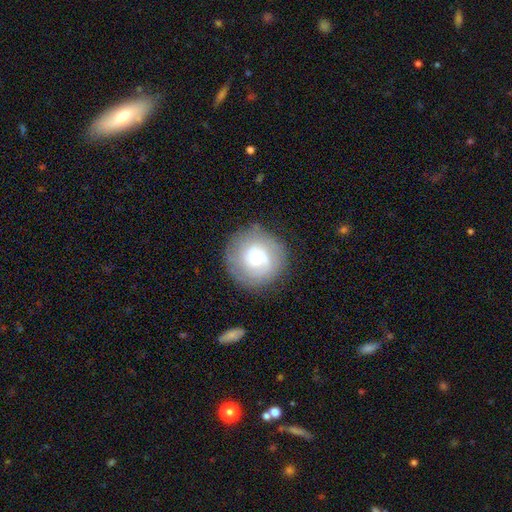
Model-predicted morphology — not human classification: Overall: featured or disk (48%; smooth 43%). Merging: none (82%).